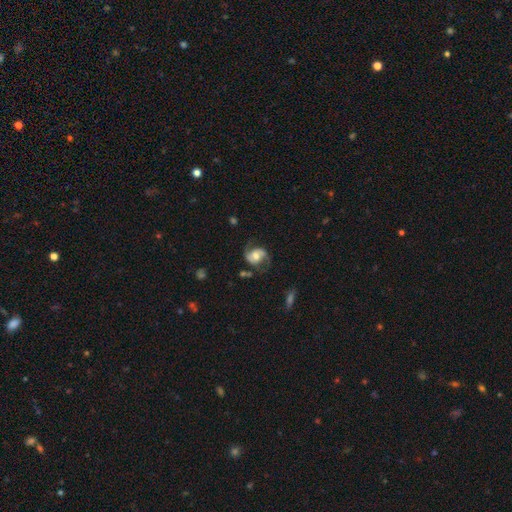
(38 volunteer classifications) This is clearly a featured or disk galaxy (84%). It is clearly not viewed edge-on (97%). Bar: possibly no (45%). Spiral arm pattern: clearly yes (87%). Spiral arm count: clearly 2 (96%). Spiral winding: marginally medium (44%). Central bulge: clearly moderate (81%). Merging: likely none (68%).